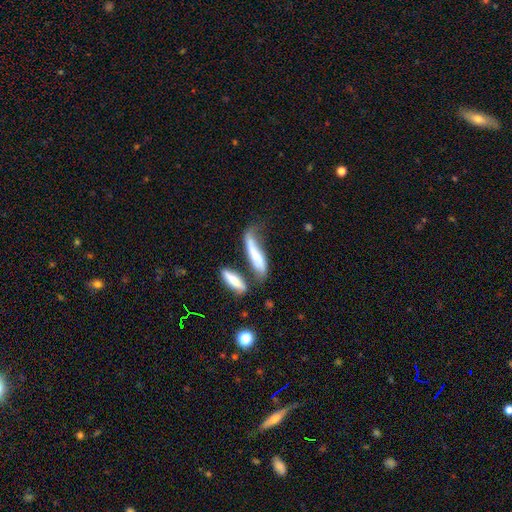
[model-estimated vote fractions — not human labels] The model was most divided on "merging": none: 31%, merger: 27%, minor disturbance: 23%, major disturbance: 20%. More confident: how rounded — cigar-shaped (74%); smooth or featured — smooth (60%).